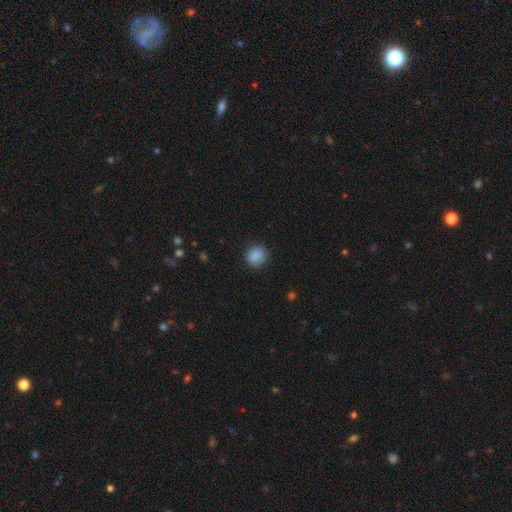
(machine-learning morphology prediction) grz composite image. It shows a smooth galaxy with no disk features (88%) that is round (90%). Merging: none (89%).